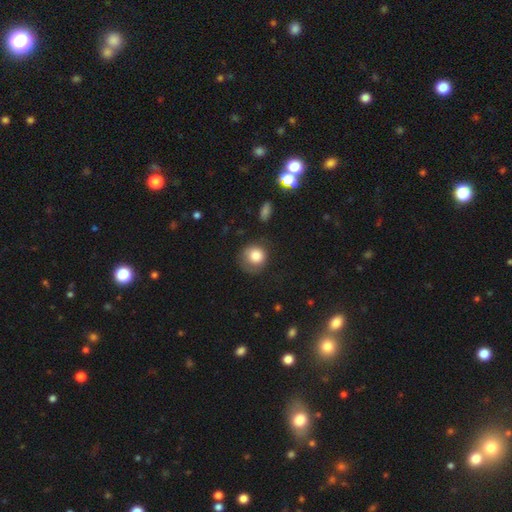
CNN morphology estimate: smooth_or_featured: smooth (p=0.81) [alt: featured or disk p=0.10]
how_rounded: round (p=0.86) [alt: in between p=0.13]
merging: none (p=0.58) [alt: minor disturbance p=0.25]